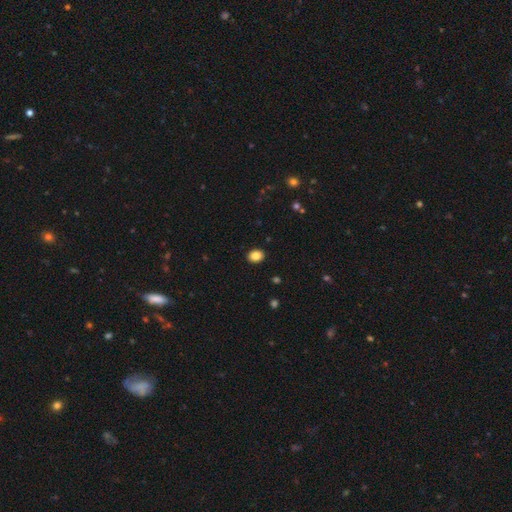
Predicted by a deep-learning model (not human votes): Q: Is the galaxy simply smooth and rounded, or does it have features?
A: smooth — 86%.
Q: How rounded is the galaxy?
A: in between — 62%.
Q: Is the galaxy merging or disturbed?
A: none — 91%.